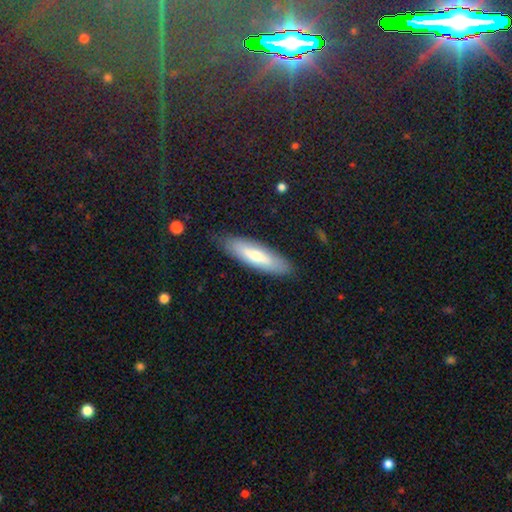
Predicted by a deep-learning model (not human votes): smooth_or_featured: smooth (p=0.62) [alt: featured or disk p=0.32]
how_rounded: cigar-shaped (p=0.56) [alt: in between p=0.42]
merging: none (p=0.84) [alt: minor disturbance p=0.12]